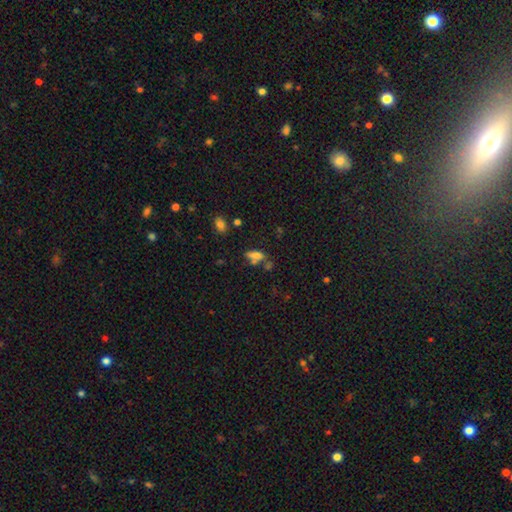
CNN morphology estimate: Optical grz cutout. It shows a smooth galaxy with no disk features (67%) that is in between round and cigar-shaped (67%). Merging: none (42%).